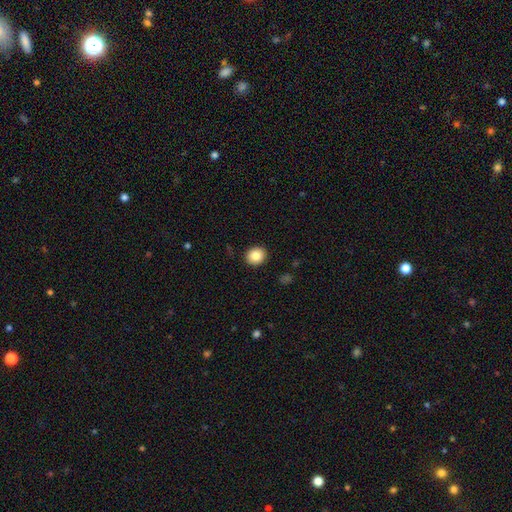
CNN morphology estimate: A smooth galaxy with no disk features (85%) that is round (74%).

Vote fractions:
- Smooth or featured? smooth: 85% / star or artifact: 9% / featured or disk: 6%
- How rounded? round: 74% / in between: 25% / cigar-shaped: 1%
- Merging? none: 91% / minor disturbance: 6% / major disturbance: 2% / merger: 1%